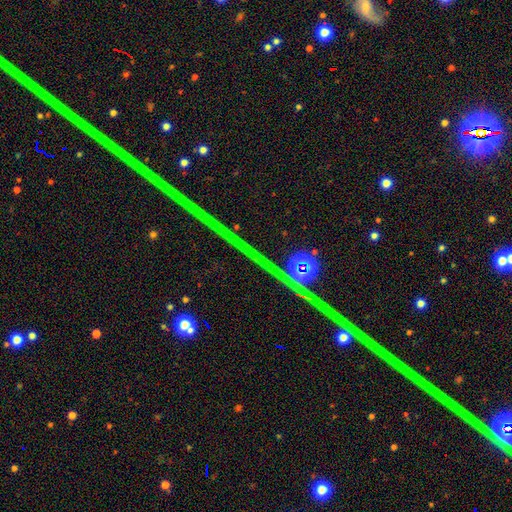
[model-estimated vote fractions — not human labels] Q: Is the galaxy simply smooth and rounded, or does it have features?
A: star or artifact — 82%.